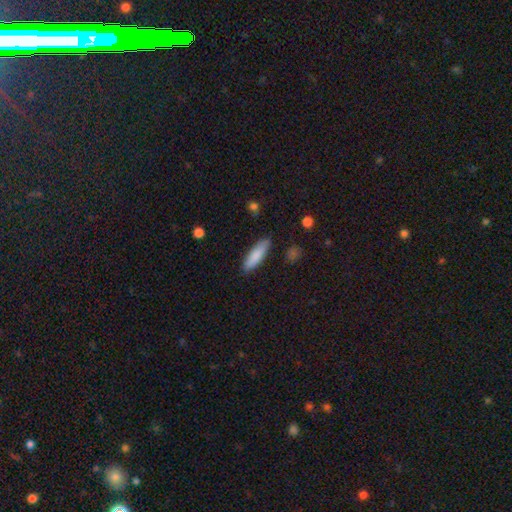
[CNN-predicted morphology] Q: Smooth or featured?
A: smooth (86%); runner-up: featured or disk (9%)
Q: How rounded?
A: cigar-shaped (62%); runner-up: in between (37%)
Q: Merging?
A: none (87%); runner-up: minor disturbance (9%)